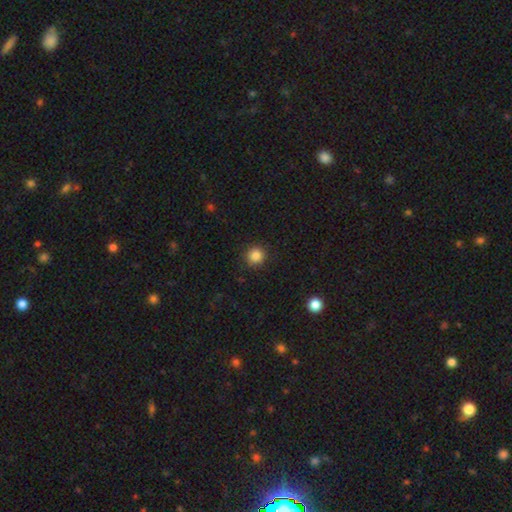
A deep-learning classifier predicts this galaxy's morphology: Overall: smooth (85%). How rounded: round (93%). Merging: none (90%).